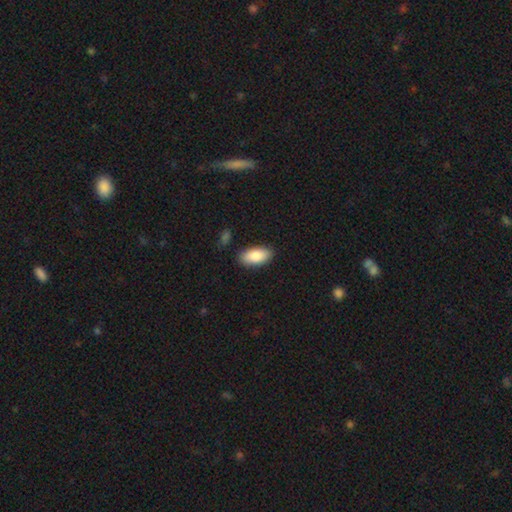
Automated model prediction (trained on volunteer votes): A smooth galaxy with no disk features (86%) that is in between round and cigar-shaped (92%).

Vote fractions:
- Smooth or featured? smooth: 86% / featured or disk: 8% / star or artifact: 6%
- How rounded? in between: 92% / cigar-shaped: 6% / round: 2%
- Merging? none: 86% / minor disturbance: 10% / major disturbance: 2% / merger: 2%